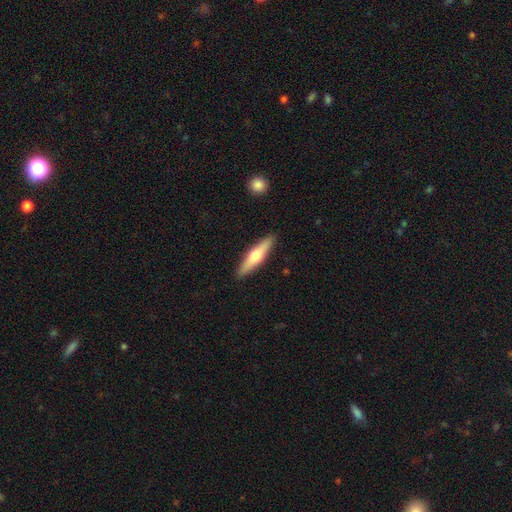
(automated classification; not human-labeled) Overall: smooth (50%; featured or disk 45%). How rounded: cigar-shaped (79%). Merging: none (90%).